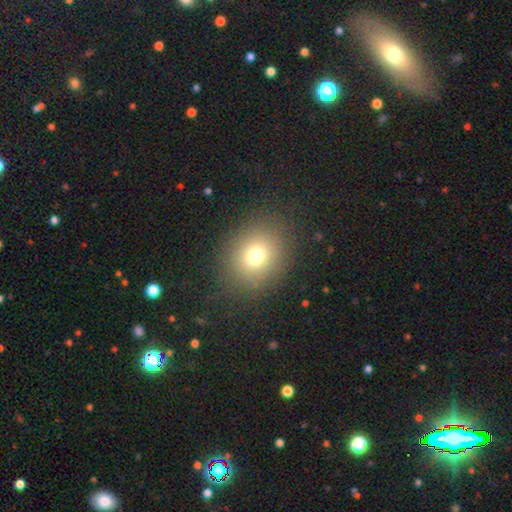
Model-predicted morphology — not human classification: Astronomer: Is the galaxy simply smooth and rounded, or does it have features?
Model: smooth — 72%.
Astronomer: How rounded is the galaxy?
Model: round — 69%.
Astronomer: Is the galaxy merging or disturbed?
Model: none — 84%.